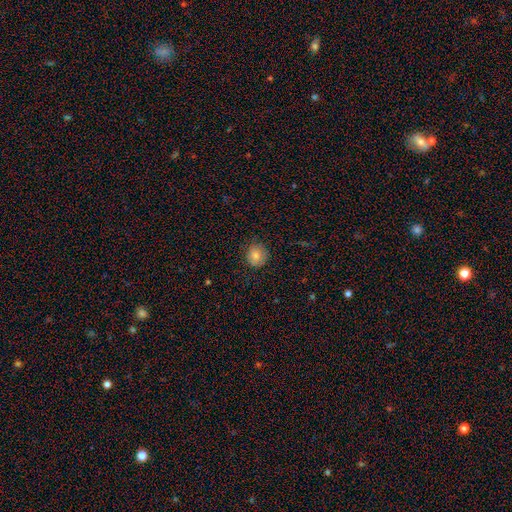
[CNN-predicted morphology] smooth 81%, star or artifact 10%, featured or disk 9%. Down the decision tree: how rounded — round (82%); merging — none (81%).